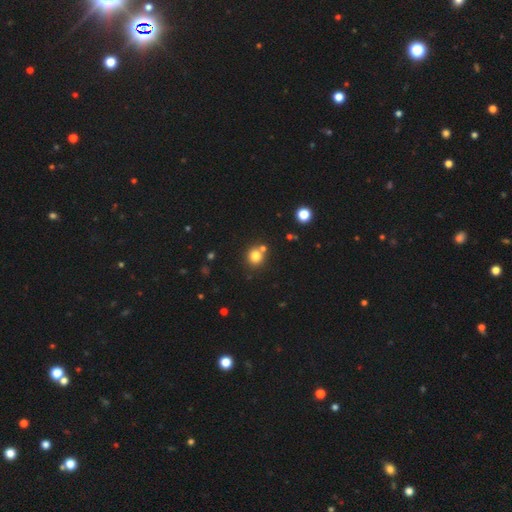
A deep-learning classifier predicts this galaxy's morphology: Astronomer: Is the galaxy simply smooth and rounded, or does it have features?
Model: smooth — 80%.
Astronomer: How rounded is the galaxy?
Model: round — 88%.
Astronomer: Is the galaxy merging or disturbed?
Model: none — 68%.